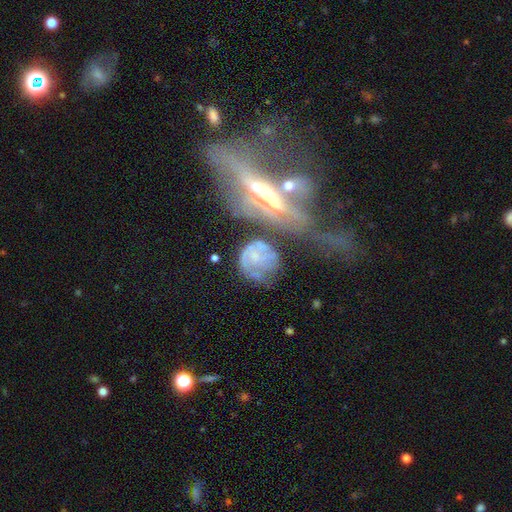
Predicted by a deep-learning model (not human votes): Smooth or featured: featured or disk — 64% (smooth — 26%)
Edge-on disk: no — 91% (yes — 9%)
Bar: no — 74% (weak — 19%)
Spiral arms: yes — 58% (no — 42%)
Bulge size: none — 40% (small — 32%)
Merging: none — 32% (merger — 25%)